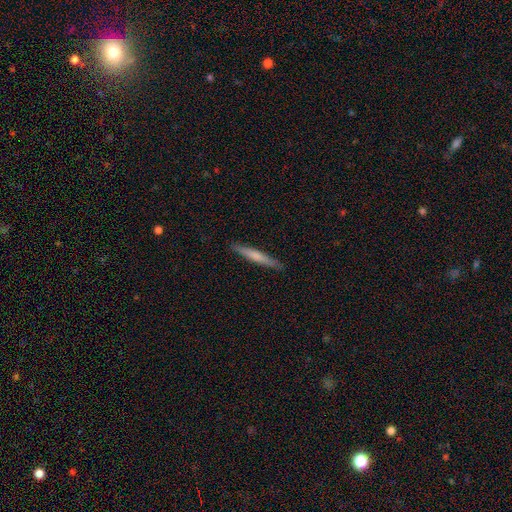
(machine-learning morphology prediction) Smooth or featured? Predicted: smooth (p=0.61). How rounded? Predicted: cigar-shaped (p=0.96). Merging? Predicted: none (p=0.91).